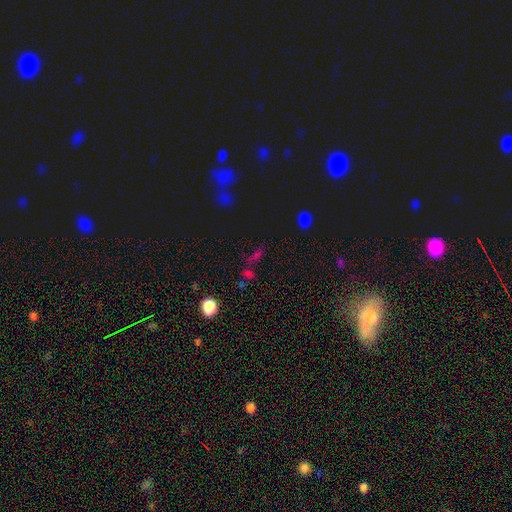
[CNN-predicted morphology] type=star or artifact (52%).